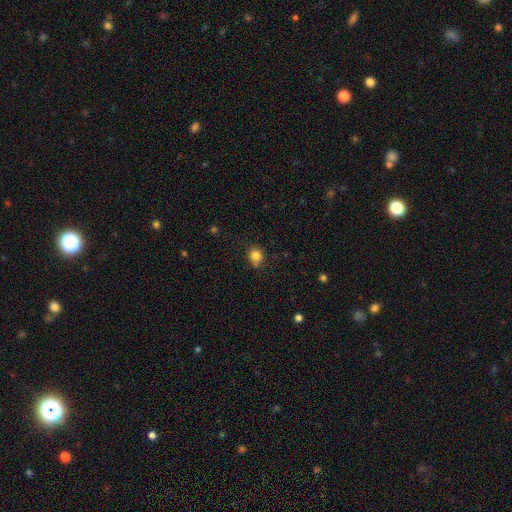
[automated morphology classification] type=smooth (83%); roundness=round (79%); merging=none (75%).